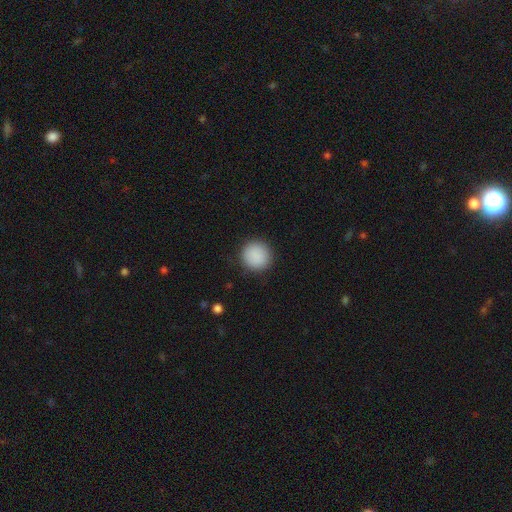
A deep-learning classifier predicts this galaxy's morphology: The model was most divided on "smooth or featured": smooth: 89%, star or artifact: 7%, featured or disk: 3%. More confident: how rounded — round (93%); merging — none (90%).